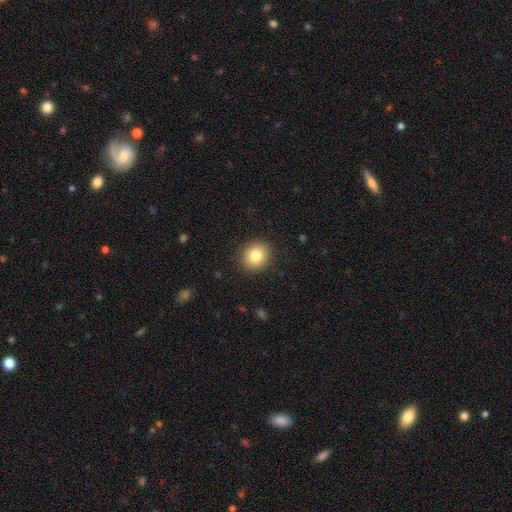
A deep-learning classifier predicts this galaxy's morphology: A smooth galaxy with no disk features (82%) that is round (78%). Merging: none (90%).